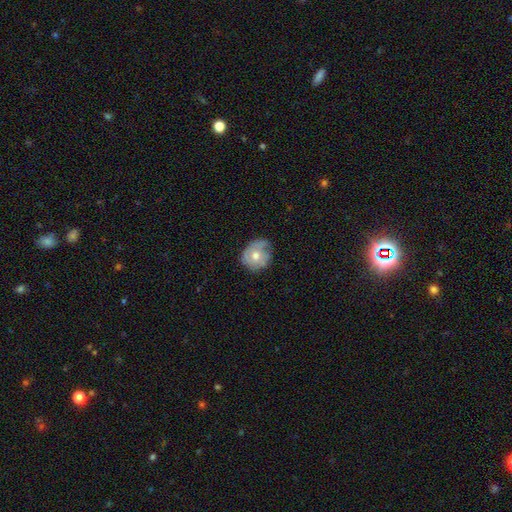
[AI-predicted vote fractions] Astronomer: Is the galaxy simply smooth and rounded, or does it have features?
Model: smooth — 47% (runner-up: featured or disk, 46%).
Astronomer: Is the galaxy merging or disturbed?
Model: none — 55% (runner-up: minor disturbance, 32%).